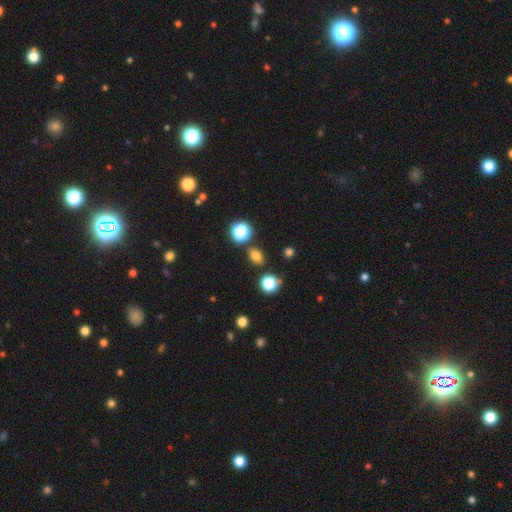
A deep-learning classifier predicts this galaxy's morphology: Smooth or featured?
  - smooth: 74% *
  - star or artifact: 20%
  - featured or disk: 7%
How rounded?
  - in between: 58% *
  - round: 40%
  - cigar-shaped: 2%
Merging?
  - none: 84% *
  - minor disturbance: 9%
  - merger: 5%
  - major disturbance: 3%